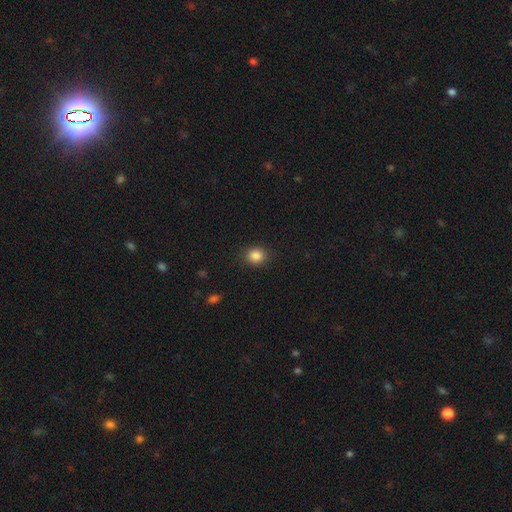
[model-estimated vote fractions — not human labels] This is clearly a smooth galaxy (85%). How rounded: likely round (73%). Merging: clearly none (89%).